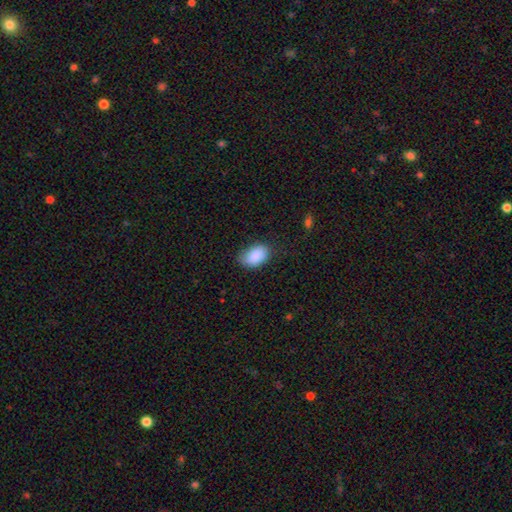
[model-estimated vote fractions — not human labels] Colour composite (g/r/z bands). It shows a smooth galaxy with no disk features (89%) that is in between round and cigar-shaped (91%). Merging: none (73%).